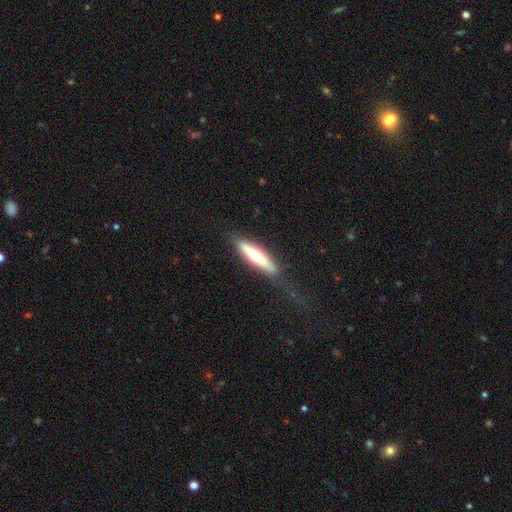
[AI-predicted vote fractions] featured or disk 50%, smooth 45%, star or artifact 5%. Down the decision tree: merging — none (76%).